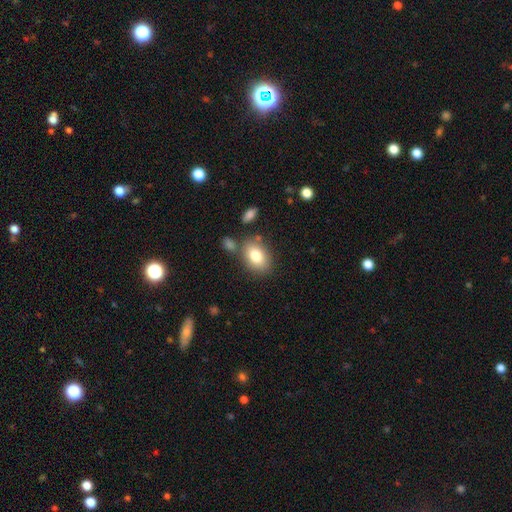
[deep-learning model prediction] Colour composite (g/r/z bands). It shows a smooth galaxy with no disk features (80%) that is in between round and cigar-shaped (83%). Merging: none (72%).